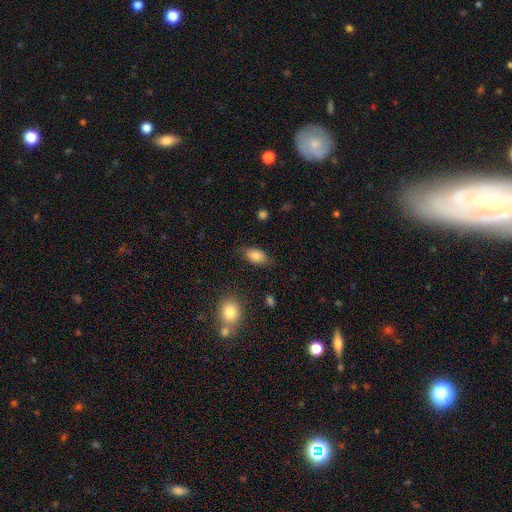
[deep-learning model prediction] The model was most divided on "merging": none: 81%, minor disturbance: 14%, major disturbance: 3%, merger: 2%. More confident: how rounded — in between (91%); smooth or featured — smooth (84%).